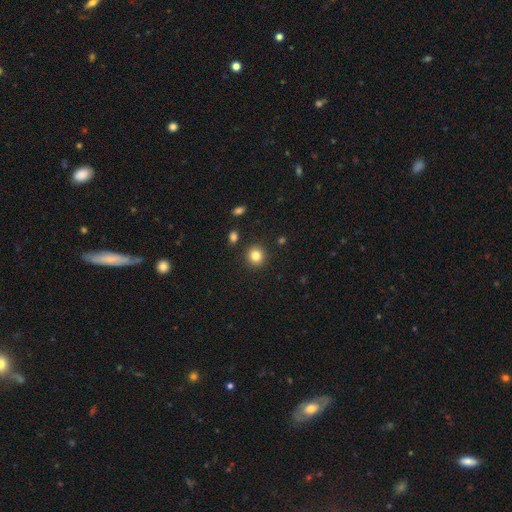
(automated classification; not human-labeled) Morphology: type=smooth (83%); roundness=round (90%); merging=none (90%).